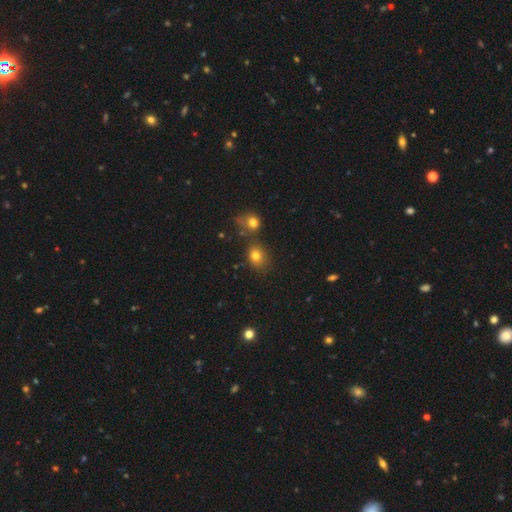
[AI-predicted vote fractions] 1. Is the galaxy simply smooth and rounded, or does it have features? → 77% smooth, 14% star or artifact, 9% featured or disk.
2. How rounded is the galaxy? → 58% round, 41% in between, 1% cigar-shaped.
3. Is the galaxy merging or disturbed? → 65% none, 18% merger, 12% minor disturbance, 4% major disturbance.